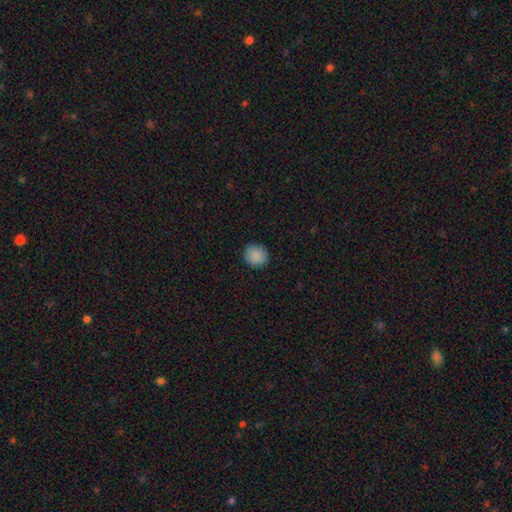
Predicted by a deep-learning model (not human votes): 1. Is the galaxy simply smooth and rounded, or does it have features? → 89% smooth, 8% star or artifact, 3% featured or disk.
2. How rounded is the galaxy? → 89% round, 10% in between, 1% cigar-shaped.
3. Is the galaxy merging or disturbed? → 90% none, 7% minor disturbance, 2% major disturbance, 1% merger.